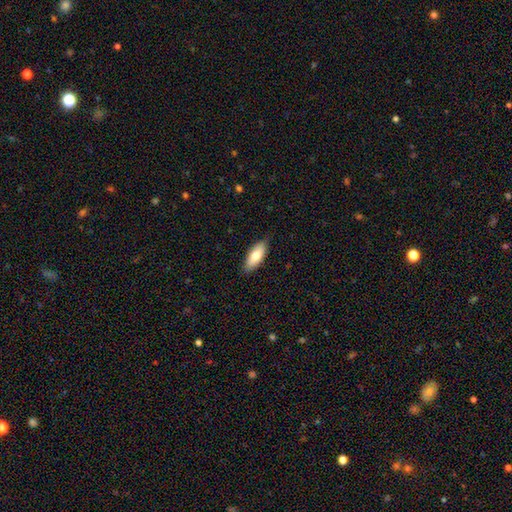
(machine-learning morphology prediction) Smooth or featured? smooth (77%)
How rounded? in between (78%)
Merging? none (85%)